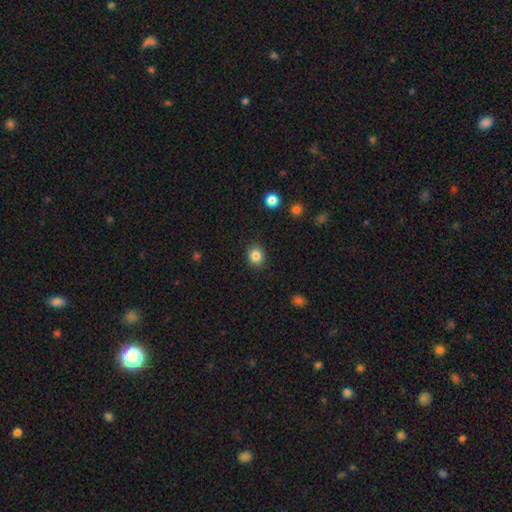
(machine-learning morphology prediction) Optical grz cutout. It shows a smooth galaxy with no disk features (84%) that is round (68%). Merging: none (89%).